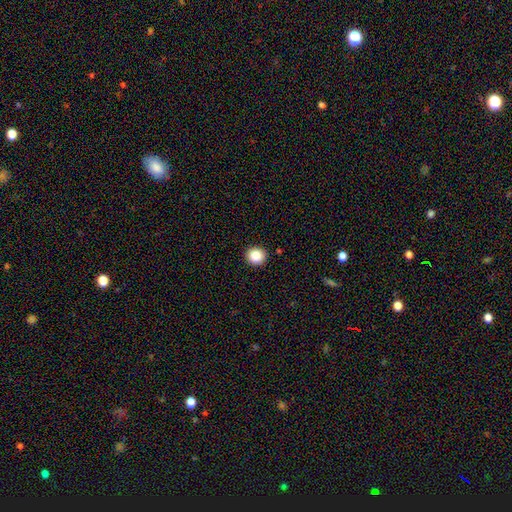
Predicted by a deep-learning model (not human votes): Q: Smooth or featured?
A: smooth (87%); runner-up: star or artifact (10%)
Q: How rounded?
A: round (91%); runner-up: in between (8%)
Q: Merging?
A: none (92%); runner-up: minor disturbance (5%)